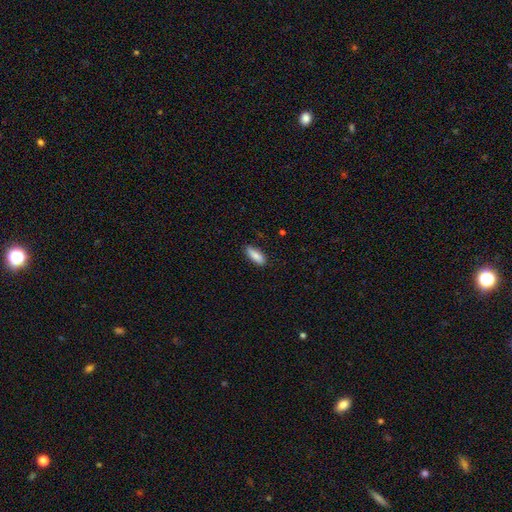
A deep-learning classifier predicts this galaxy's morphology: The model was most divided on "how rounded": in between: 63%, cigar-shaped: 35%, round: 2%. More confident: smooth or featured — smooth (86%); merging — none (81%).